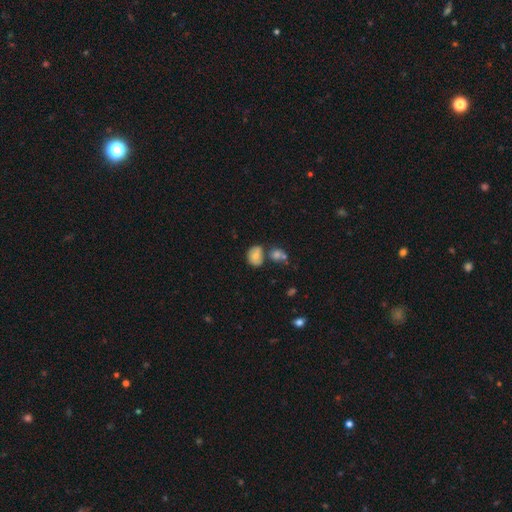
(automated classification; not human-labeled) Smooth or featured? Predicted: smooth (p=0.65). How rounded? Predicted: round (p=0.52). Merging? Predicted: none (p=0.49).